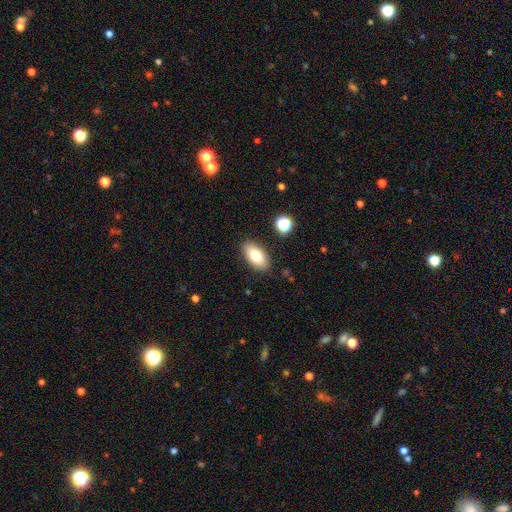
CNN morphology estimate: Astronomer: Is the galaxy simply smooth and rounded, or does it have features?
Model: smooth — 77%.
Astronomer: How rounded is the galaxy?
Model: in between — 91%.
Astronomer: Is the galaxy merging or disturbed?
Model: none — 87%.